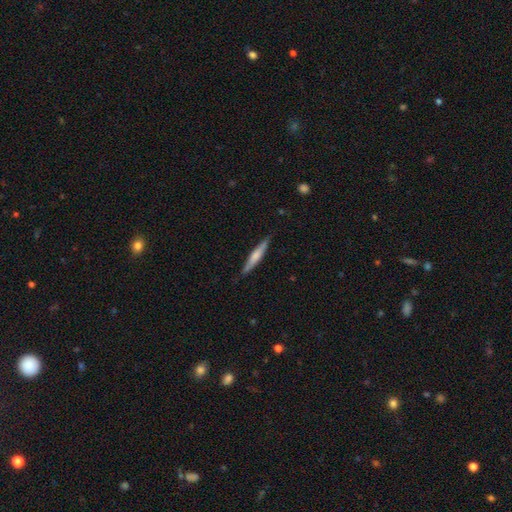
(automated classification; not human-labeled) smooth 51%, featured or disk 44%, star or artifact 5%. Down the decision tree: how rounded — cigar-shaped (93%); merging — none (86%).